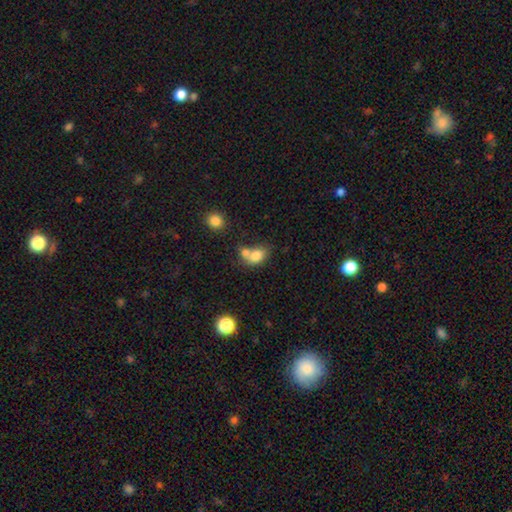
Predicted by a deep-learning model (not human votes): This appears to be a smooth galaxy with no disk features (78%) that is in between round and cigar-shaped (69%). Merging: merger (53%).